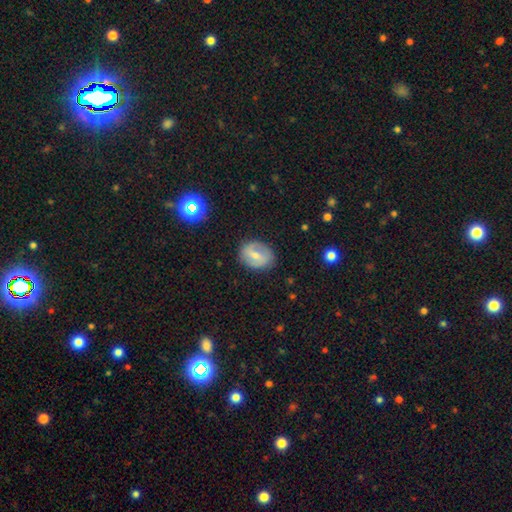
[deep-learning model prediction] smooth_or_featured: featured or disk (p=0.49) [alt: smooth p=0.43]
merging: none (p=0.80) [alt: minor disturbance p=0.14]